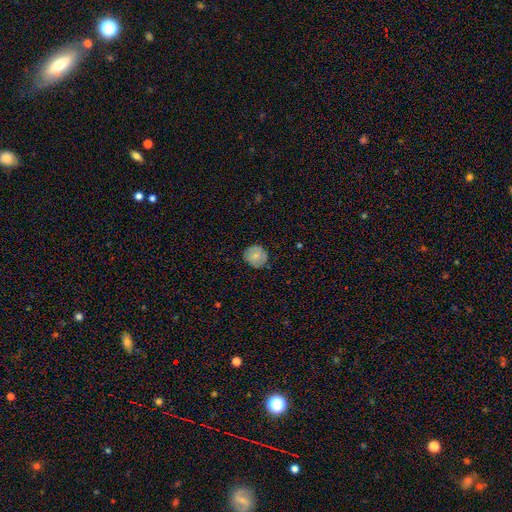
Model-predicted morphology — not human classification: The model was most divided on "smooth or featured": smooth: 75%, featured or disk: 18%, star or artifact: 7%. More confident: how rounded — round (90%); merging — none (84%).